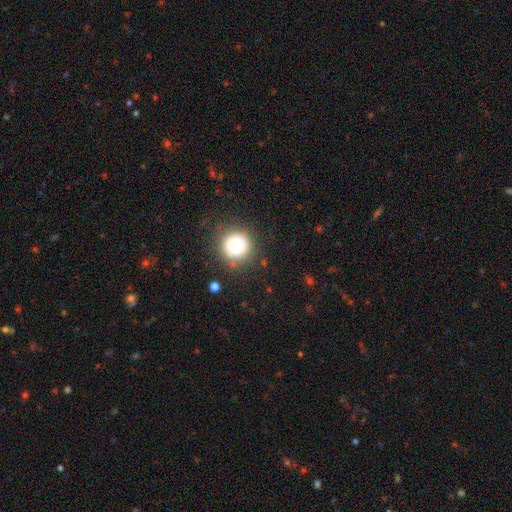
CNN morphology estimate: This is likely a smooth galaxy (75%). How rounded: clearly round (93%). Merging: clearly none (88%).